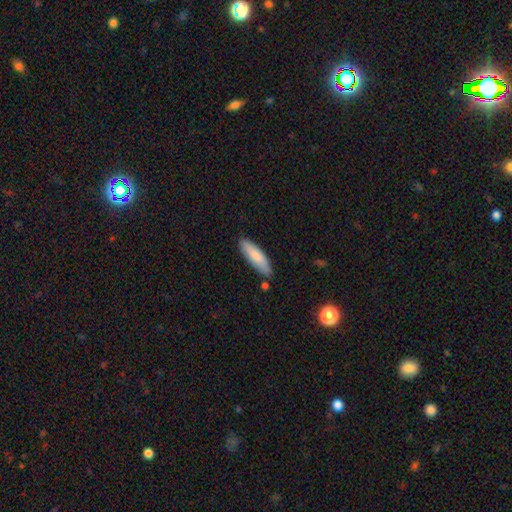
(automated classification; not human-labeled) Smooth or featured?
  - smooth: 82% *
  - featured or disk: 13%
  - star or artifact: 6%
How rounded?
  - cigar-shaped: 59% *
  - in between: 39%
  - round: 1%
Merging?
  - none: 81% *
  - minor disturbance: 13%
  - merger: 4%
  - major disturbance: 2%